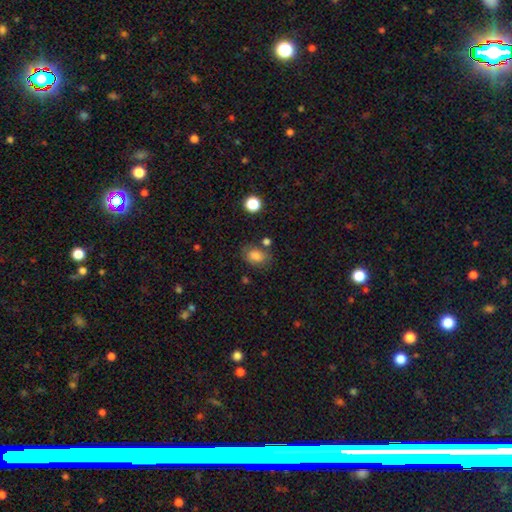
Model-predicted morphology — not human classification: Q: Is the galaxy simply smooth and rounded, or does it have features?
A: smooth — 80%.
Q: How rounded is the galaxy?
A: in between — 69%.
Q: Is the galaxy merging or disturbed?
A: none — 68%.